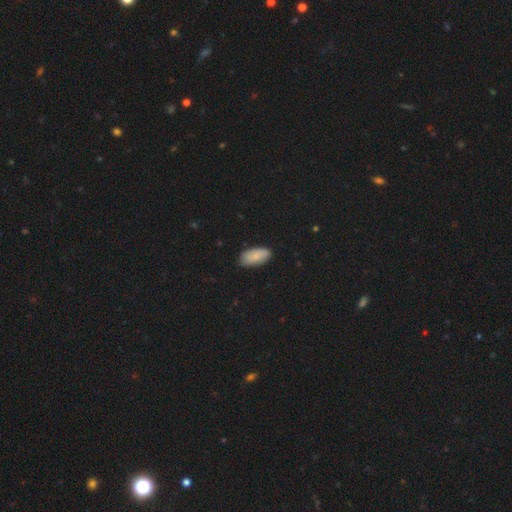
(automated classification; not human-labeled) Smooth or featured: smooth — 83% (featured or disk — 10%)
How rounded: in between — 91% (cigar-shaped — 7%)
Merging: none — 80% (minor disturbance — 17%)